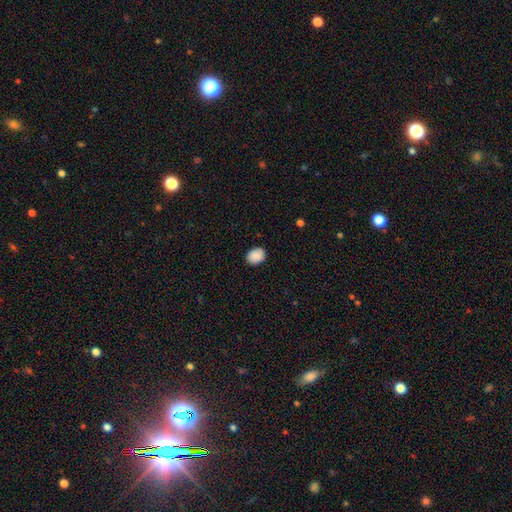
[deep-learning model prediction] Q: Smooth or featured?
A: smooth (89%); runner-up: star or artifact (8%)
Q: How rounded?
A: in between (59%); runner-up: round (40%)
Q: Merging?
A: none (86%); runner-up: minor disturbance (11%)